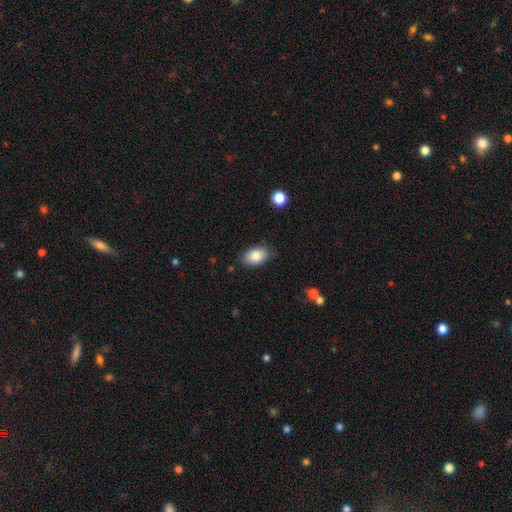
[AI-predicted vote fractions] Q: Smooth or featured?
A: smooth (83%); runner-up: featured or disk (9%)
Q: How rounded?
A: in between (90%); runner-up: round (9%)
Q: Merging?
A: none (82%); runner-up: minor disturbance (14%)